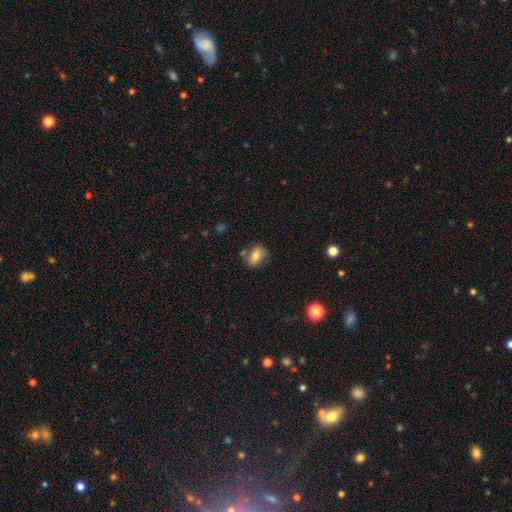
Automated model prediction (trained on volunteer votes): Q: Smooth or featured?
A: smooth (75%); runner-up: featured or disk (16%)
Q: How rounded?
A: in between (70%); runner-up: round (28%)
Q: Merging?
A: none (70%); runner-up: minor disturbance (17%)